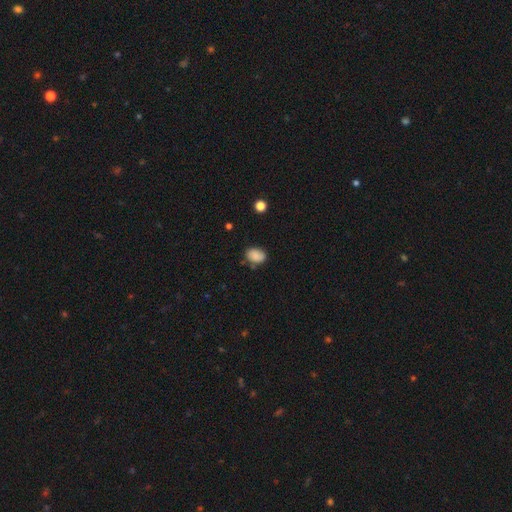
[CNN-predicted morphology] type=smooth (83%); roundness=in between (76%); merging=none (69%).